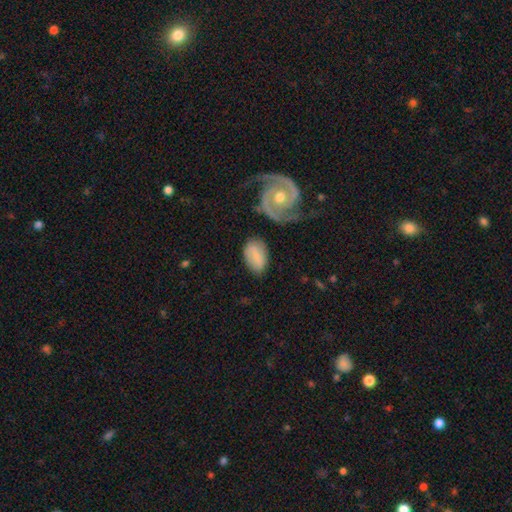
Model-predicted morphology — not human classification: This appears to be a smooth galaxy with no disk features (74%) that is in between round and cigar-shaped (91%). Merging: none (69%).